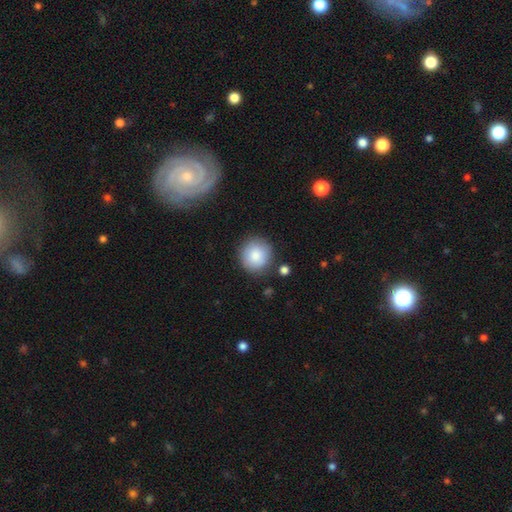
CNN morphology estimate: A smooth galaxy with no disk features (85%) that is round (91%). Merging: none (84%).